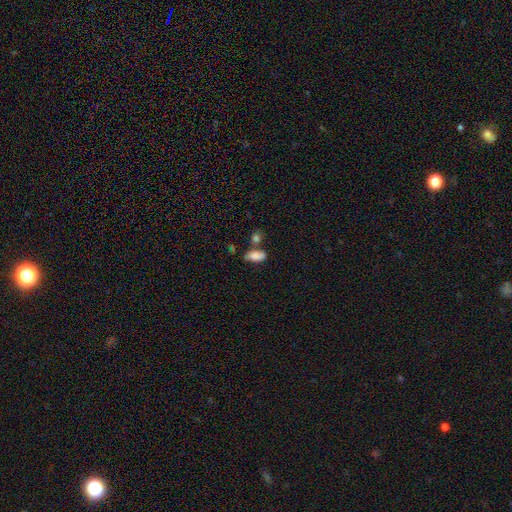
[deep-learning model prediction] This is clearly a smooth galaxy (81%). How rounded: clearly in between (88%). Merging: possibly none (51%).